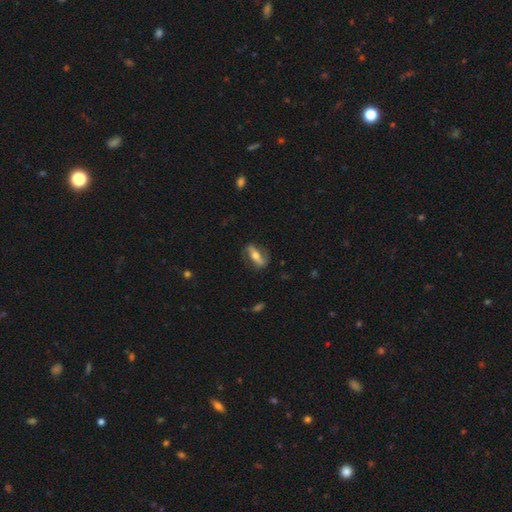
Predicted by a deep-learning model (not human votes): smooth_or_featured: featured or disk (p=0.67) [alt: smooth p=0.27]
disk_edge_on: no (p=0.78) [alt: yes p=0.22]
bar: strong (p=0.55) [alt: no p=0.24]
has_spiral_arms: yes (p=0.77) [alt: no p=0.23]
bulge_size: moderate (p=0.65) [alt: small p=0.26]
merging: none (p=0.77) [alt: minor disturbance p=0.15]